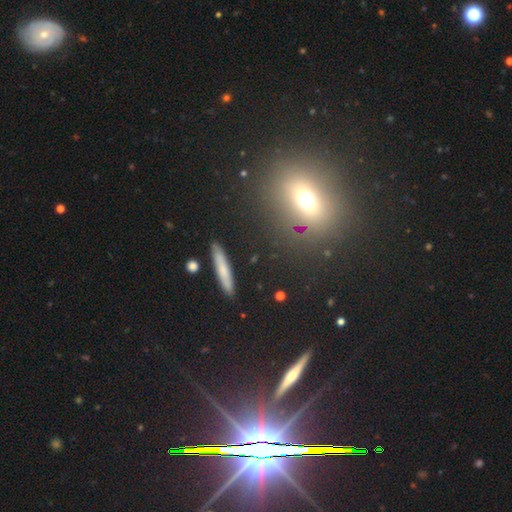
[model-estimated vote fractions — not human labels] Smooth or featured: star or artifact — 39% (smooth — 35%)